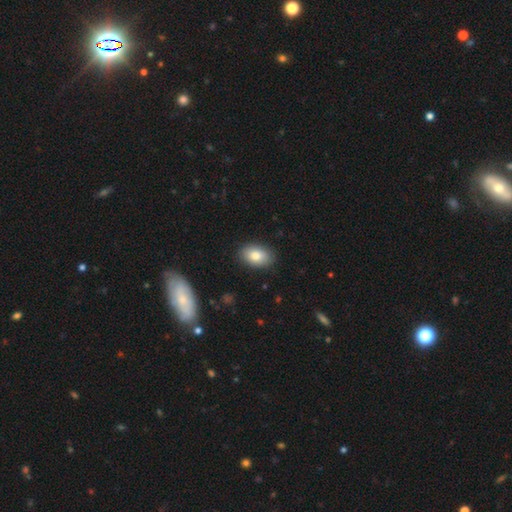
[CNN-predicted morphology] The model was most divided on "smooth or featured": smooth: 81%, featured or disk: 11%, star or artifact: 8%. More confident: how rounded — in between (90%); merging — none (88%).